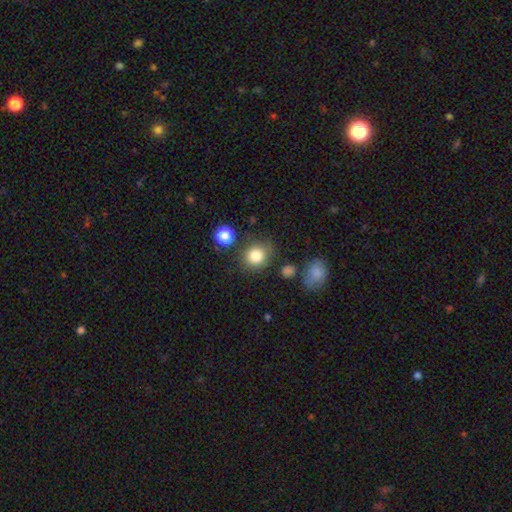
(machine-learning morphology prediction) Smooth or featured? Predicted: smooth (p=0.82). How rounded? Predicted: round (p=0.85). Merging? Predicted: none (p=0.77).